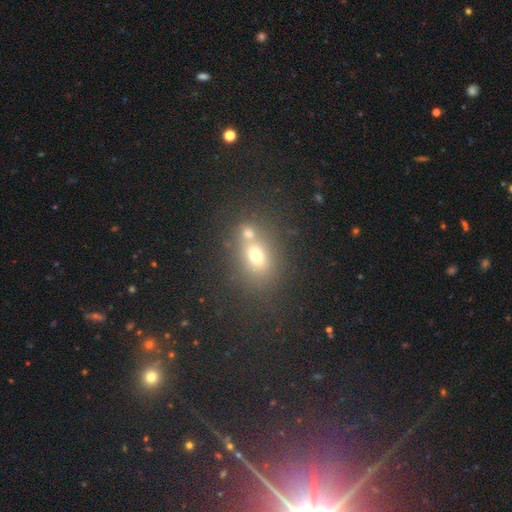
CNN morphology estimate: Overall: smooth (65%). How rounded: in between (57%; round 41%). Merging: none (44%; merger 42%).